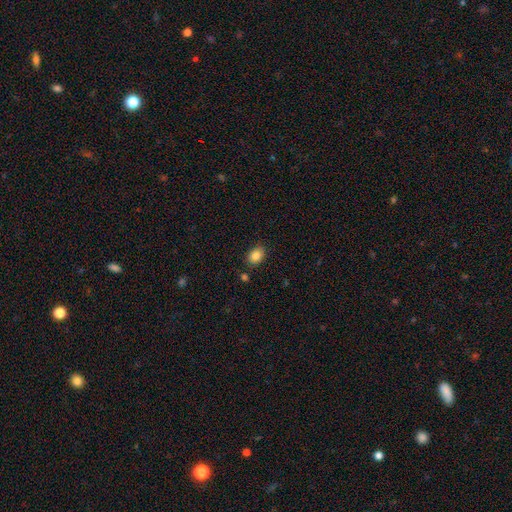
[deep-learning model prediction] Smooth or featured? Predicted: smooth (p=0.85). How rounded? Predicted: in between (p=0.74). Merging? Predicted: none (p=0.83).